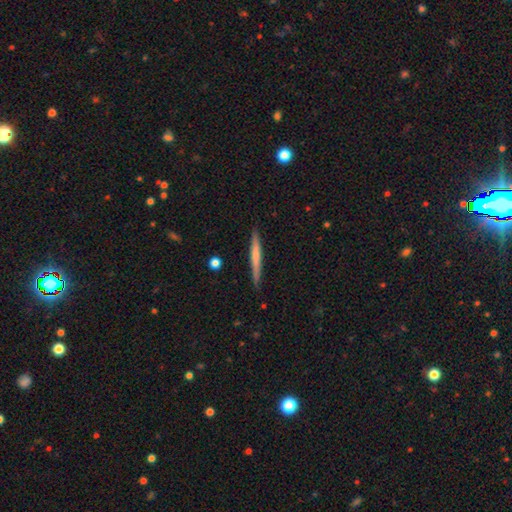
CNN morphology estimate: A smooth galaxy with no disk features (52%) that is cigar-shaped (96%). Merging: none (88%).